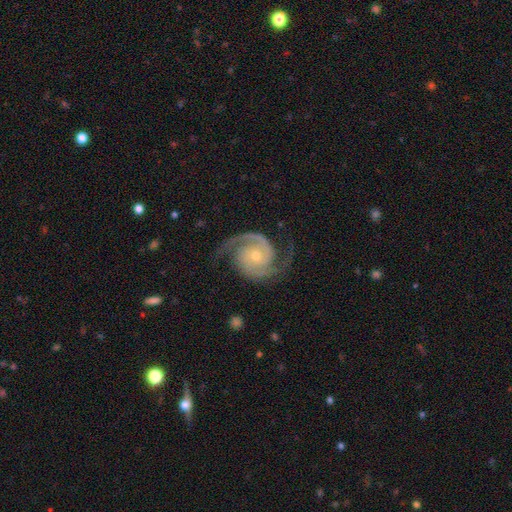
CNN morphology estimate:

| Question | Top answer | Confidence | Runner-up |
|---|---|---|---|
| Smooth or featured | featured or disk | 94% | star or artifact (4%) |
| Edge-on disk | no | 98% | yes (2%) |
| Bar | no | 72% | weak (22%) |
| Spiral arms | yes | 99% | no (1%) |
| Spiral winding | medium | 51% | tight (41%) |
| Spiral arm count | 2 | 93% | 3 (2%) |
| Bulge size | small | 57% | moderate (39%) |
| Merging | none | 81% | minor disturbance (13%) |